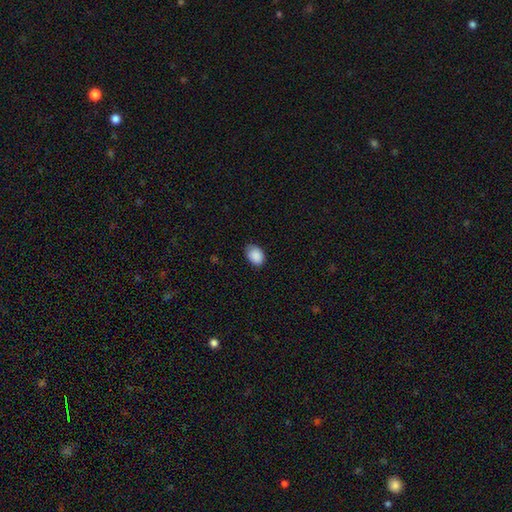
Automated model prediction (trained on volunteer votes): Smooth or featured? Predicted: smooth (p=0.89). How rounded? Predicted: in between (p=0.81). Merging? Predicted: none (p=0.74).